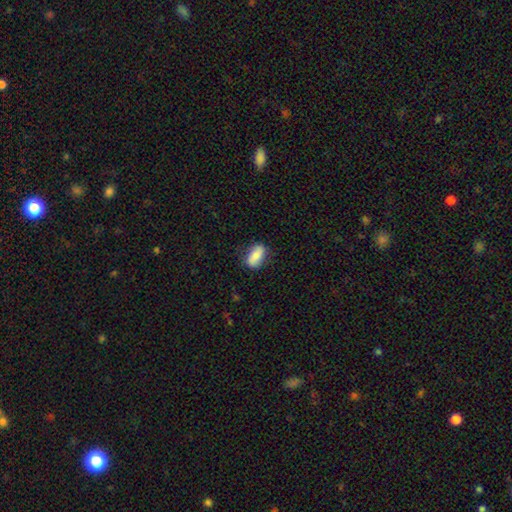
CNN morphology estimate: A smooth galaxy with no disk features (76%) that is in between round and cigar-shaped (88%).

Vote fractions:
- Smooth or featured? smooth: 76% / featured or disk: 18% / star or artifact: 7%
- How rounded? in between: 88% / cigar-shaped: 7% / round: 6%
- Merging? none: 77% / minor disturbance: 17% / major disturbance: 4% / merger: 1%